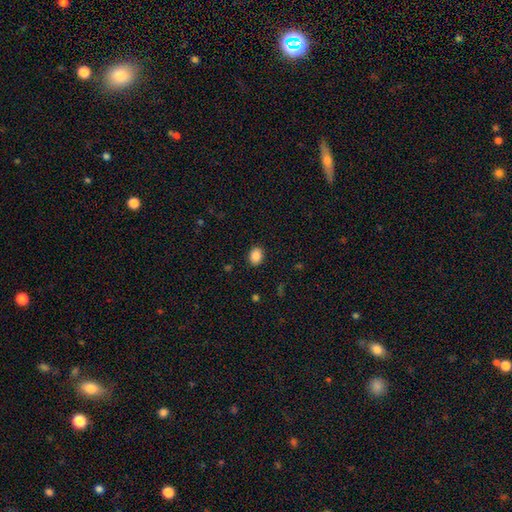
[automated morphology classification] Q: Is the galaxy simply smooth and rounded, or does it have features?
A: smooth — 88%.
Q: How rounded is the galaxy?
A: in between — 61%.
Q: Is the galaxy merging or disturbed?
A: none — 89%.